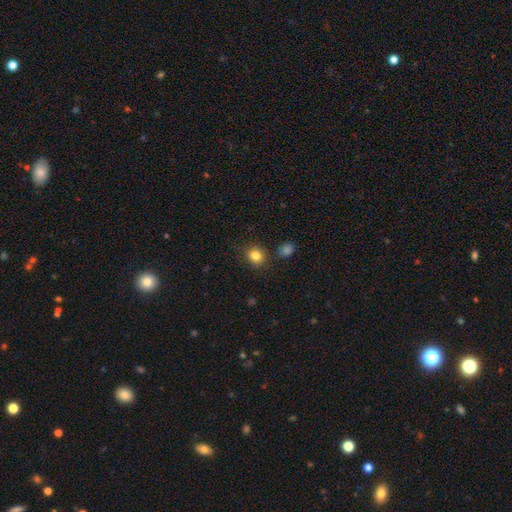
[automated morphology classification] A smooth galaxy with no disk features (83%) that is round (74%). Merging: none (83%).